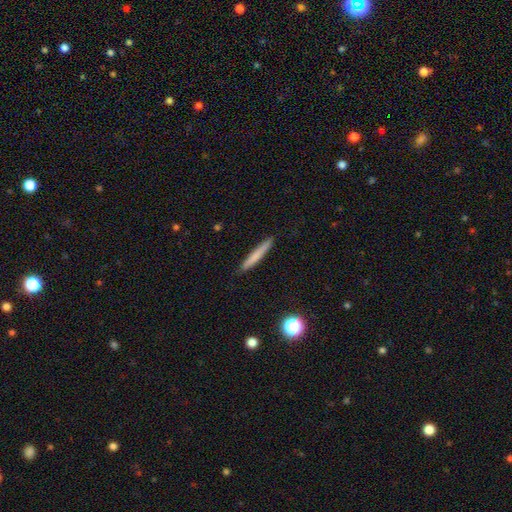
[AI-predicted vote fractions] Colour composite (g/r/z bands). It shows a smooth galaxy with no disk features (70%) that is cigar-shaped (95%). Merging: none (90%).